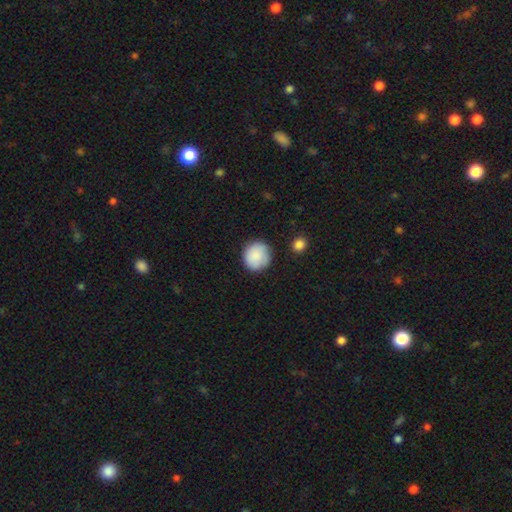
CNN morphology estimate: Q: Smooth or featured?
A: smooth (87%); runner-up: star or artifact (7%)
Q: How rounded?
A: round (90%); runner-up: in between (9%)
Q: Merging?
A: none (83%); runner-up: minor disturbance (12%)